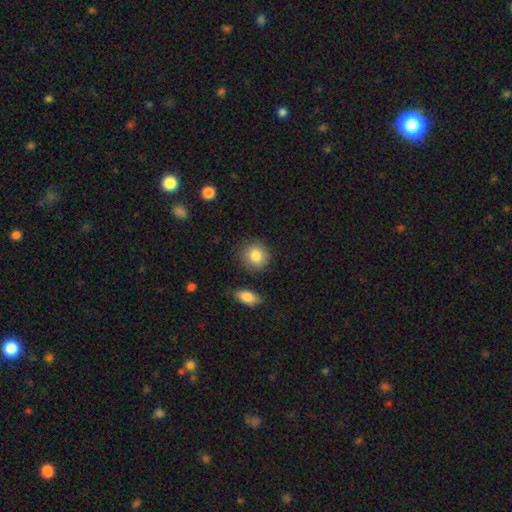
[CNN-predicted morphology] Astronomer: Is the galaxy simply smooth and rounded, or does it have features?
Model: smooth — 85%.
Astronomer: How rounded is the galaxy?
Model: round — 84%.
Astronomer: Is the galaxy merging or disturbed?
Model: none — 83%.